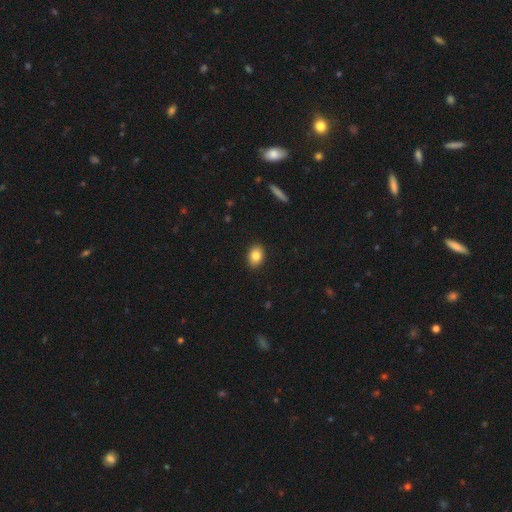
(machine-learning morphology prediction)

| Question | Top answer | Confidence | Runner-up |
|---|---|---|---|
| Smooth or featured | smooth | 84% | star or artifact (9%) |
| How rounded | in between | 70% | round (28%) |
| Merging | none | 90% | minor disturbance (7%) |